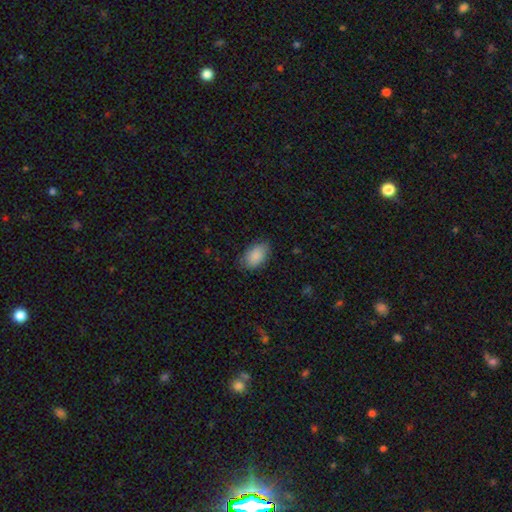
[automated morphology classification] Smooth or featured?
  - smooth: 88% *
  - star or artifact: 6%
  - featured or disk: 5%
How rounded?
  - in between: 92% *
  - round: 6%
  - cigar-shaped: 1%
Merging?
  - none: 80% *
  - minor disturbance: 15%
  - major disturbance: 4%
  - merger: 1%